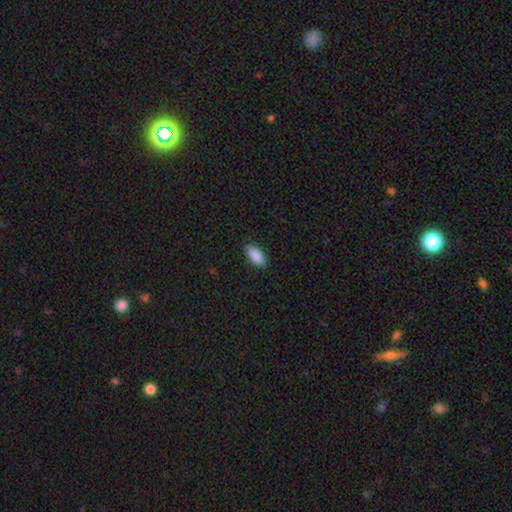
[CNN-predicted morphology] This is clearly a smooth galaxy (90%). How rounded: clearly in between (90%). Merging: clearly none (88%).